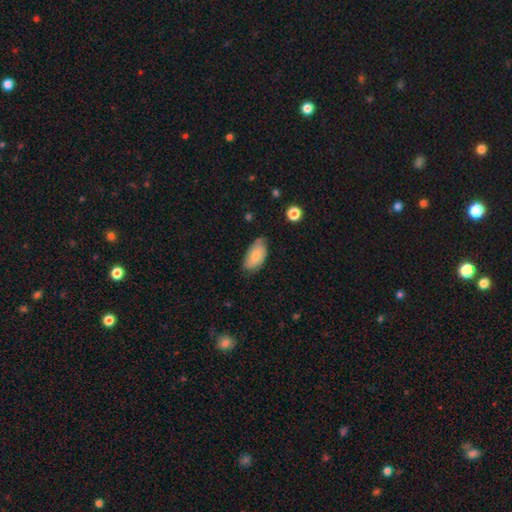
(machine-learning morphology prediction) Smooth or featured? Predicted: smooth (p=0.77). How rounded? Predicted: in between (p=0.94). Merging? Predicted: none (p=0.63).